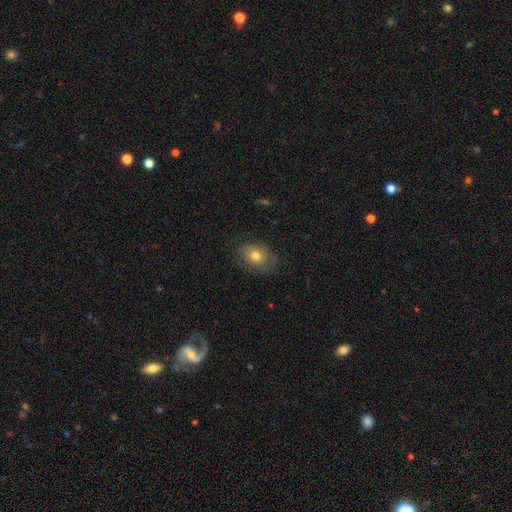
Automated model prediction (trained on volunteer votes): A smooth galaxy with no disk features (71%) that is in between round and cigar-shaped (73%).

Vote fractions:
- Smooth or featured? smooth: 71% / featured or disk: 21% / star or artifact: 9%
- How rounded? in between: 73% / round: 26% / cigar-shaped: 1%
- Merging? none: 71% / minor disturbance: 21% / major disturbance: 7% / merger: 1%